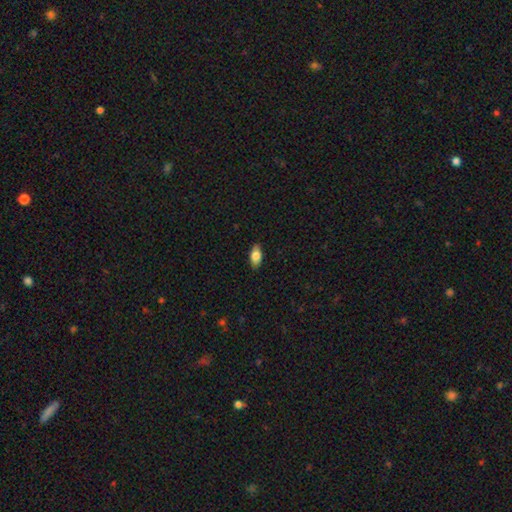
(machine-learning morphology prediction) The model was most divided on "smooth or featured": smooth: 82%, featured or disk: 11%, star or artifact: 7%. More confident: how rounded — in between (90%); merging — none (88%).